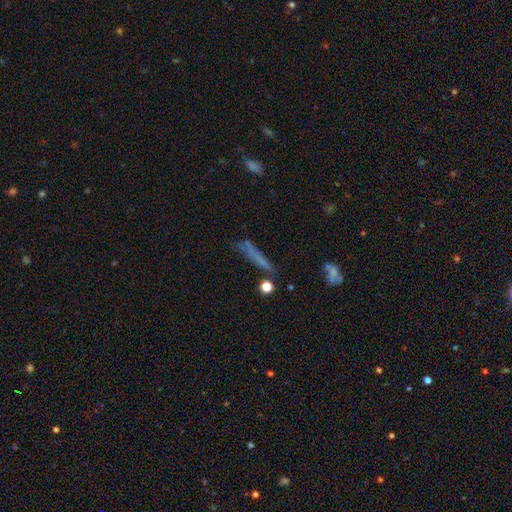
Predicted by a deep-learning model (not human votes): Smooth or featured? smooth (54%)
How rounded? cigar-shaped (86%)
Merging? none (63%)